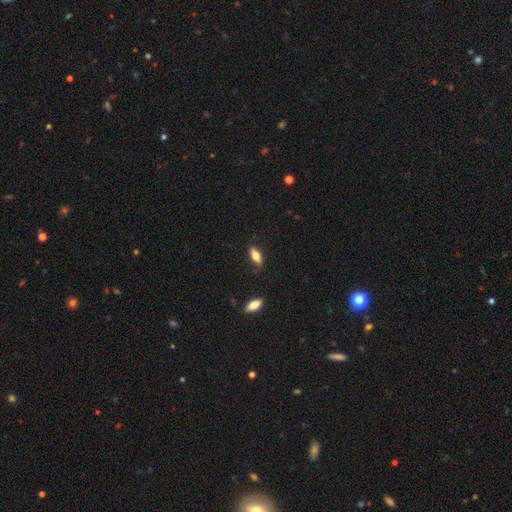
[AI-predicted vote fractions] Q: Smooth or featured?
A: smooth (73%); runner-up: featured or disk (19%)
Q: How rounded?
A: in between (76%); runner-up: cigar-shaped (20%)
Q: Merging?
A: none (81%); runner-up: minor disturbance (15%)